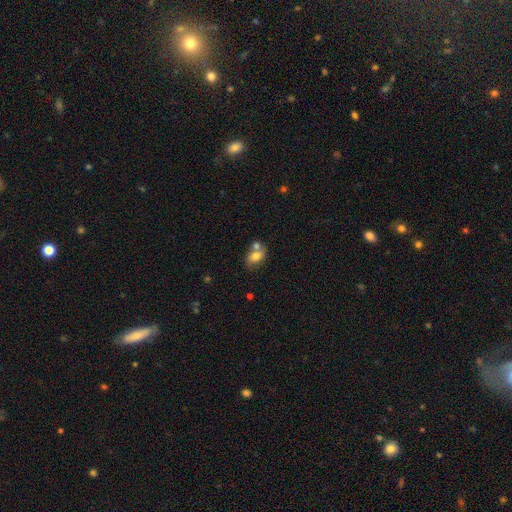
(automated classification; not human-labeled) smooth_or_featured: smooth (p=0.72) [alt: featured or disk p=0.19]
how_rounded: in between (p=0.74) [alt: round p=0.24]
merging: merger (p=0.42) [alt: none p=0.41]